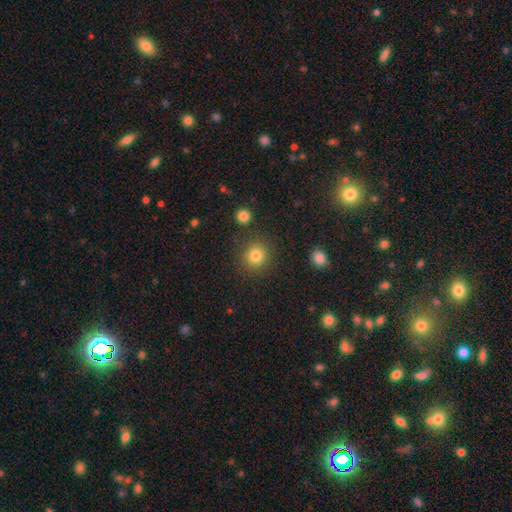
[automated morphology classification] The model was most divided on "smooth or featured": smooth: 82%, star or artifact: 12%, featured or disk: 6%. More confident: how rounded — round (88%); merging — none (87%).